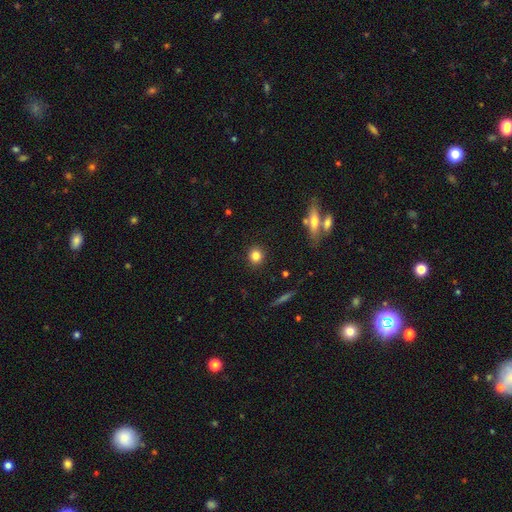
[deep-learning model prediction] Smooth or featured? Predicted: smooth (p=0.83). How rounded? Predicted: round (p=0.86). Merging? Predicted: none (p=0.91).